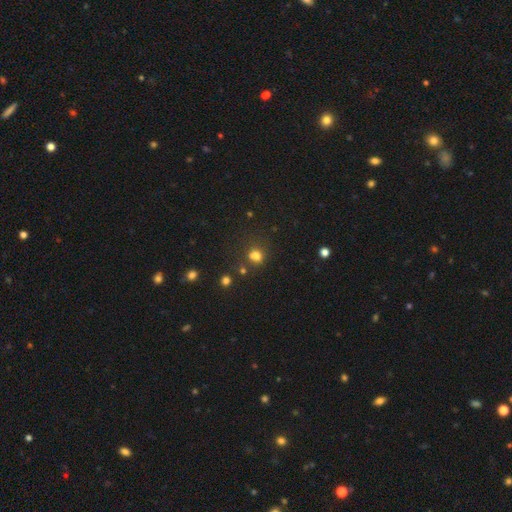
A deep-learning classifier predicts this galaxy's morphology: Smooth or featured: smooth — 72% (star or artifact — 19%)
How rounded: round — 60% (in between — 38%)
Merging: none — 51% (merger — 27%)